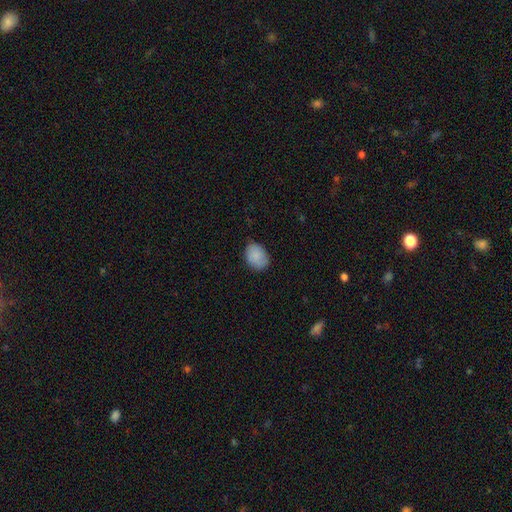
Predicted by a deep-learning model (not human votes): smooth-or-featured: smooth: 88% | star or artifact: 7% | featured or disk: 5%
  how-rounded: in between: 71% | round: 28% | cigar-shaped: 1%
  merging: none: 80% | minor disturbance: 16% | major disturbance: 3% | merger: 1%